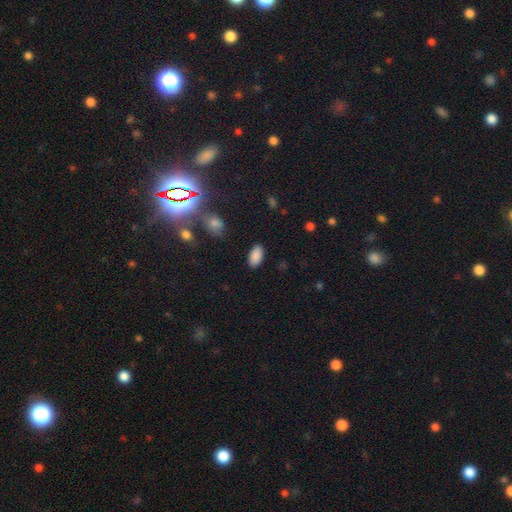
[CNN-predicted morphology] type=smooth (88%); roundness=in between (94%); merging=none (87%).